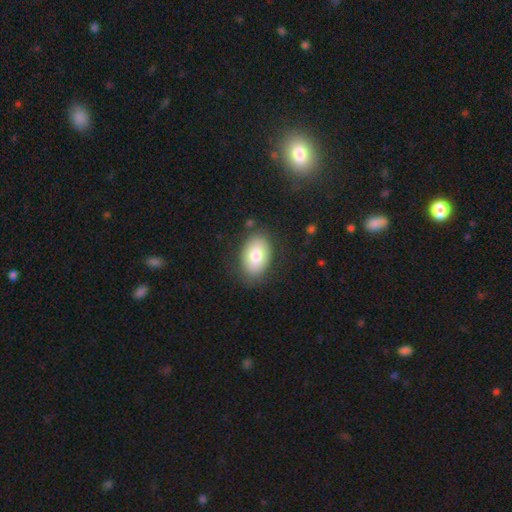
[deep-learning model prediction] Overall: smooth (80%). How rounded: in between (84%). Merging: none (81%).